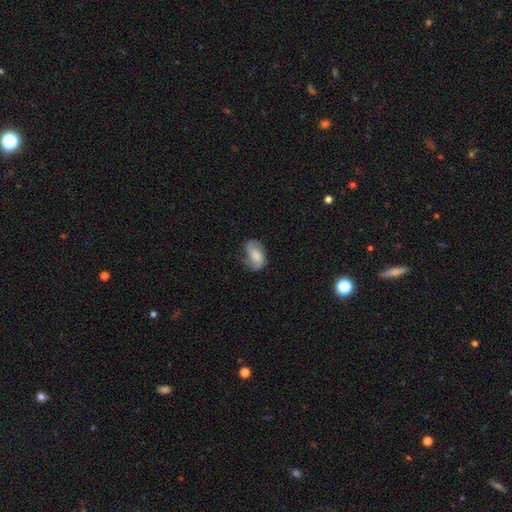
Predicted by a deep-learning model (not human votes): featured or disk 55%, smooth 37%, star or artifact 7%. Down the decision tree: edge-on disk — no (97%); bar — no (63%); spiral arms — yes (89%); bulge size — moderate (35%); merging — none (59%).